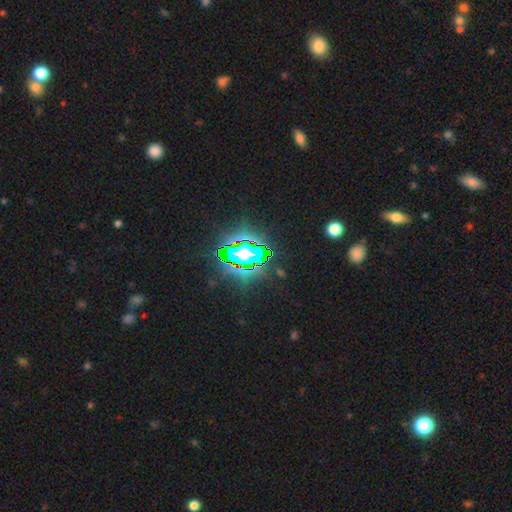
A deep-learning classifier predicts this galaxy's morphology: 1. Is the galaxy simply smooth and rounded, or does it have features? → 83% star or artifact, 10% smooth, 7% featured or disk.